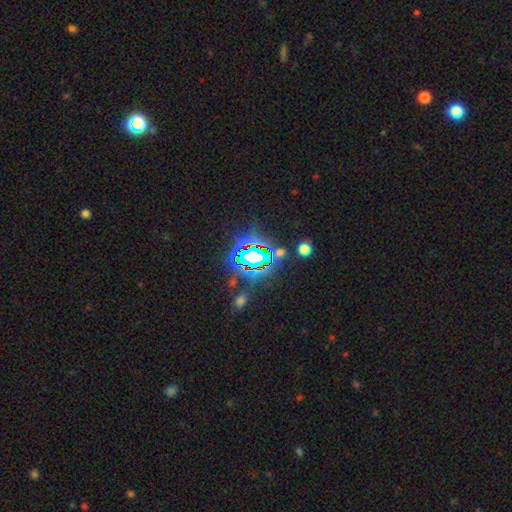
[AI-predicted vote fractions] This appears to be a star or artifact, not a galaxy (81%).